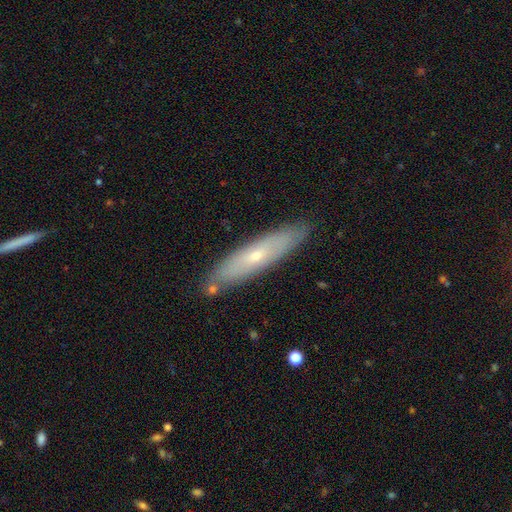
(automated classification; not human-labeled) smooth-or-featured: featured or disk: 49% | smooth: 44% | star or artifact: 7%
  merging: none: 85% | minor disturbance: 11% | merger: 3% | major disturbance: 2%